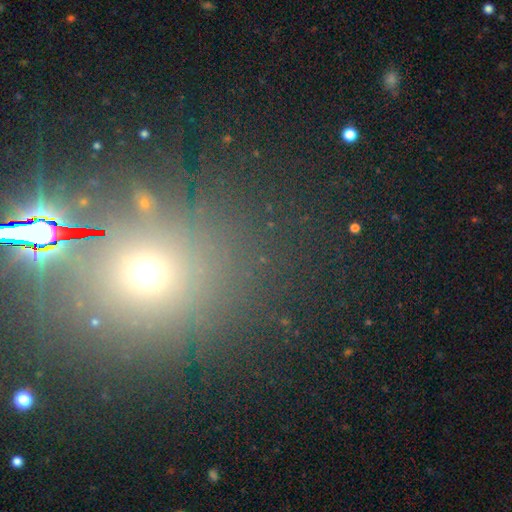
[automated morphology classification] Smooth or featured? smooth (45%, tied with star or artifact)
Merging? none (81%)